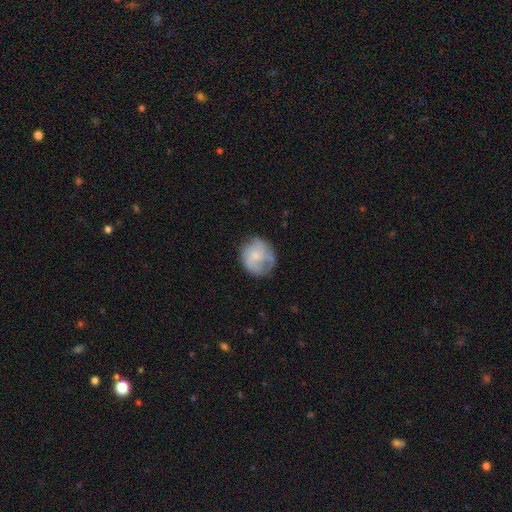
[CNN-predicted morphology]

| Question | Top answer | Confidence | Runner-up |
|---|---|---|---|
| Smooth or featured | smooth | 57% | featured or disk (36%) |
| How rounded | round | 78% | in between (21%) |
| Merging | none | 58% | minor disturbance (26%) |